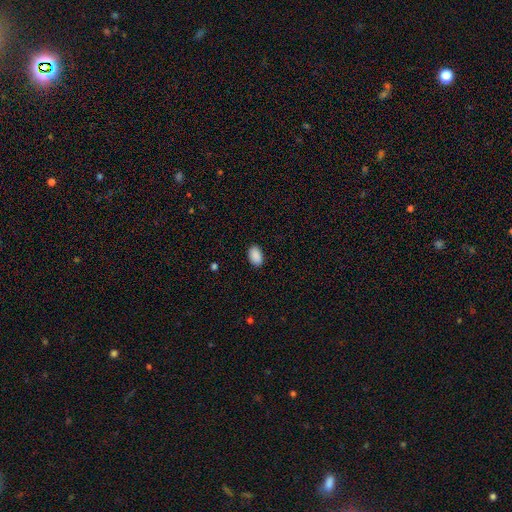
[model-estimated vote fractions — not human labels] A smooth galaxy with no disk features (90%) that is in between round and cigar-shaped (91%).

Vote fractions:
- Smooth or featured? smooth: 90% / star or artifact: 7% / featured or disk: 3%
- How rounded? in between: 91% / round: 8% / cigar-shaped: 1%
- Merging? none: 89% / minor disturbance: 8% / major disturbance: 2% / merger: 1%